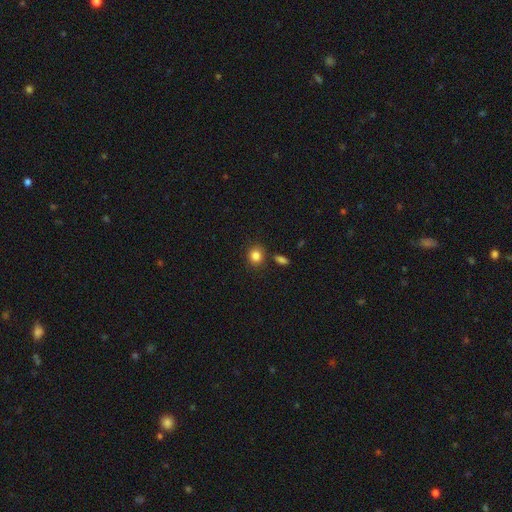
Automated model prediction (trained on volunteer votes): A smooth galaxy with no disk features (84%) that is round (81%).

Vote fractions:
- Smooth or featured? smooth: 84% / star or artifact: 11% / featured or disk: 5%
- How rounded? round: 81% / in between: 18% / cigar-shaped: 1%
- Merging? none: 81% / minor disturbance: 10% / merger: 6% / major disturbance: 3%